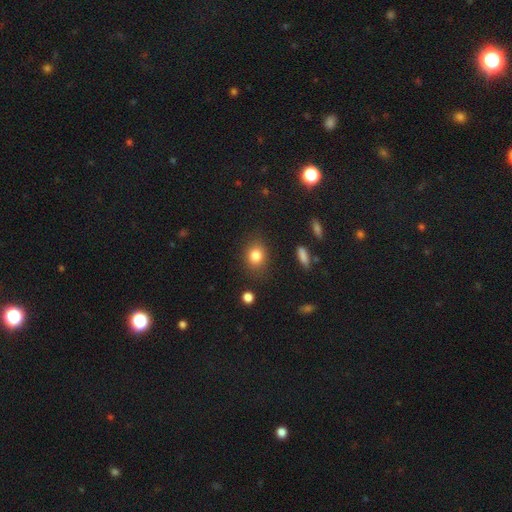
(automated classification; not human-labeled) This is clearly a smooth galaxy (83%). How rounded: possibly in between (50%). Merging: clearly none (83%).